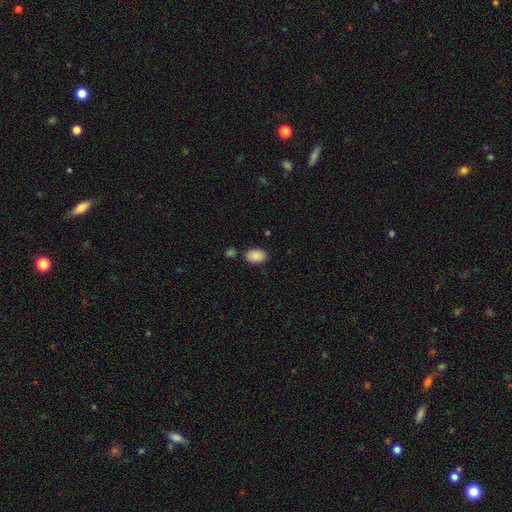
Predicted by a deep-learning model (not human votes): smooth_or_featured: smooth (p=0.89) [alt: star or artifact p=0.07]
how_rounded: in between (p=0.89) [alt: round p=0.10]
merging: none (p=0.81) [alt: minor disturbance p=0.11]